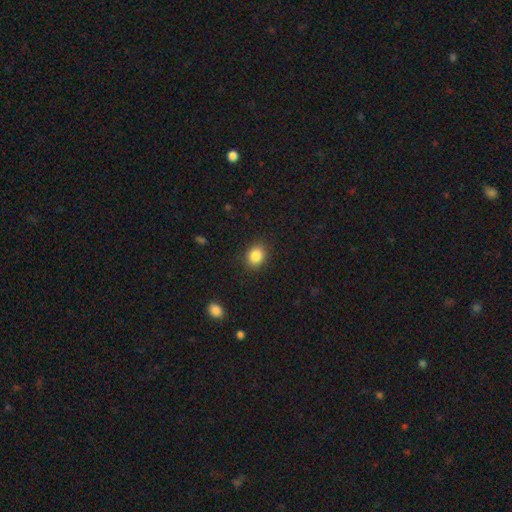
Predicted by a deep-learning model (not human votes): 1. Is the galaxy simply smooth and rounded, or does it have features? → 86% smooth, 9% star or artifact, 5% featured or disk.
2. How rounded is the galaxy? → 53% round, 46% in between, 1% cigar-shaped.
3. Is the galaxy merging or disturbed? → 88% none, 9% minor disturbance, 3% major disturbance, 1% merger.